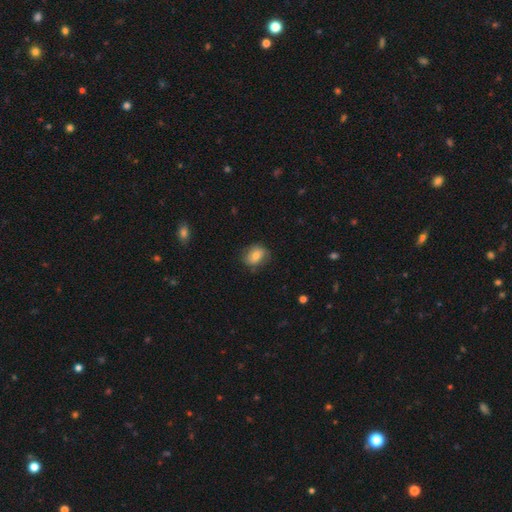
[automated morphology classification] Smooth or featured?
  - smooth: 75% *
  - featured or disk: 17%
  - star or artifact: 8%
How rounded?
  - in between: 55% *
  - round: 43%
  - cigar-shaped: 1%
Merging?
  - none: 74% *
  - minor disturbance: 20%
  - major disturbance: 5%
  - merger: 1%